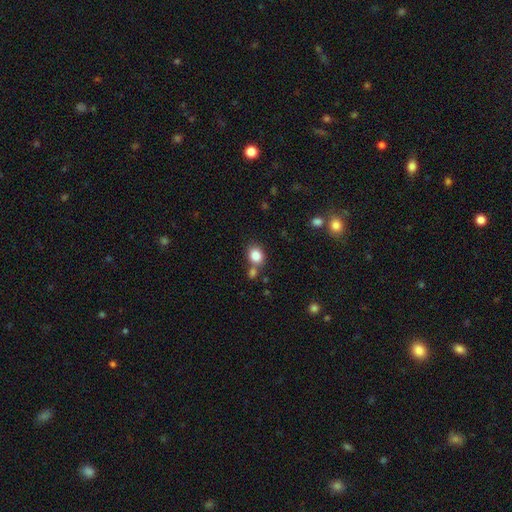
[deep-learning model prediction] Smooth or featured?
  - smooth: 85% *
  - star or artifact: 10%
  - featured or disk: 5%
How rounded?
  - round: 58% *
  - in between: 41%
  - cigar-shaped: 1%
Merging?
  - none: 62% *
  - merger: 22%
  - minor disturbance: 11%
  - major disturbance: 4%